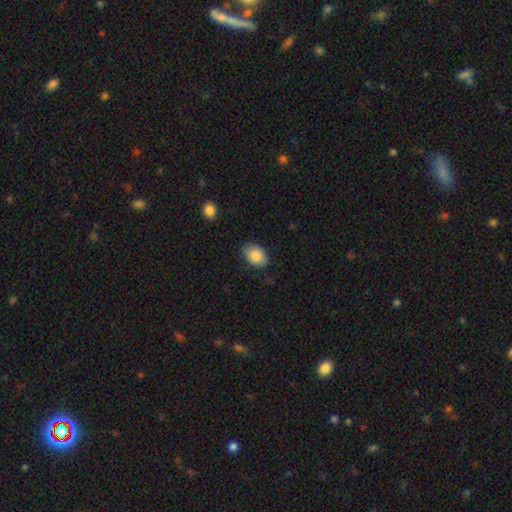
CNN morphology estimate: smooth 88%, star or artifact 7%, featured or disk 5%. Down the decision tree: how rounded — in between (81%); merging — none (80%).